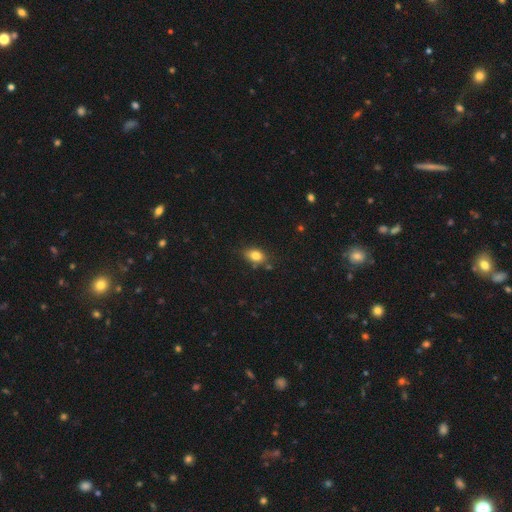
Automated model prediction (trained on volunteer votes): smooth_or_featured: smooth (p=0.81) [alt: star or artifact p=0.10]
how_rounded: in between (p=0.74) [alt: round p=0.24]
merging: none (p=0.73) [alt: minor disturbance p=0.18]